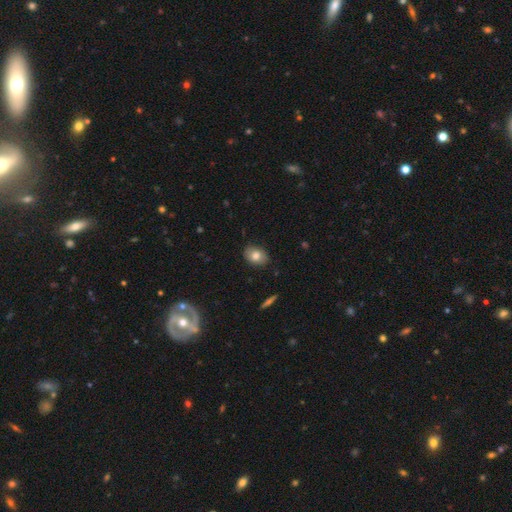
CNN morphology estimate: type=smooth (79%); roundness=in between (74%); merging=none (86%).